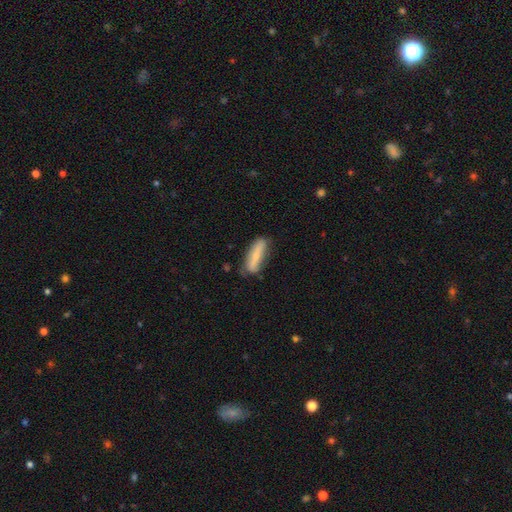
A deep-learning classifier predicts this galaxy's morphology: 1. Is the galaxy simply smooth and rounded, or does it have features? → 68% smooth, 25% featured or disk, 7% star or artifact.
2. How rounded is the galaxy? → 65% cigar-shaped, 33% in between, 2% round.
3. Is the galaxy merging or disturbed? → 69% none, 23% minor disturbance, 6% major disturbance, 2% merger.